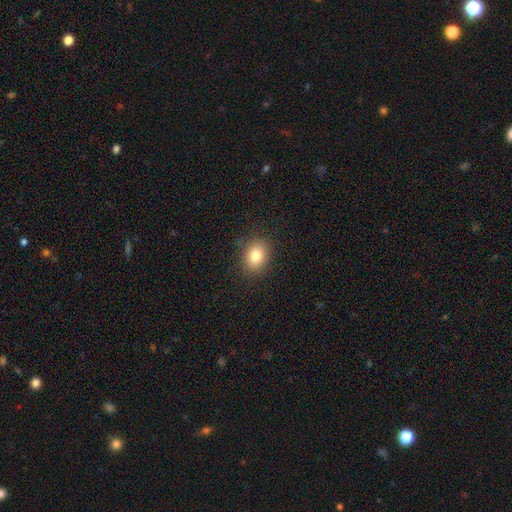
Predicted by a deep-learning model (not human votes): The model was most divided on "how rounded": in between: 53%, round: 46%, cigar-shaped: 1%. More confident: merging — none (86%); smooth or featured — smooth (81%).